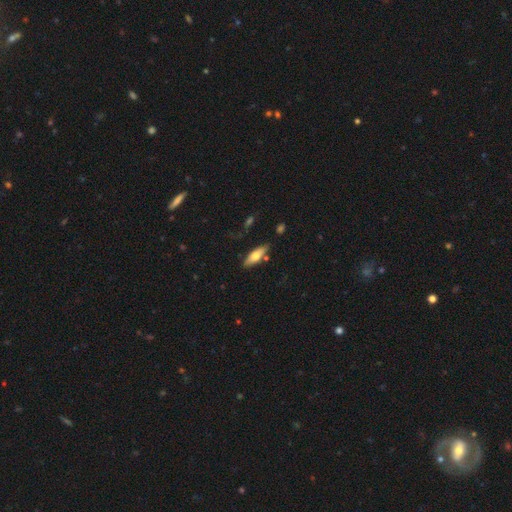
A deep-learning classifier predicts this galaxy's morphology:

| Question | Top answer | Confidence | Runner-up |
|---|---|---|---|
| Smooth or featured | smooth | 66% | featured or disk (28%) |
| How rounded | in between | 58% | cigar-shaped (40%) |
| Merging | none | 76% | minor disturbance (16%) |